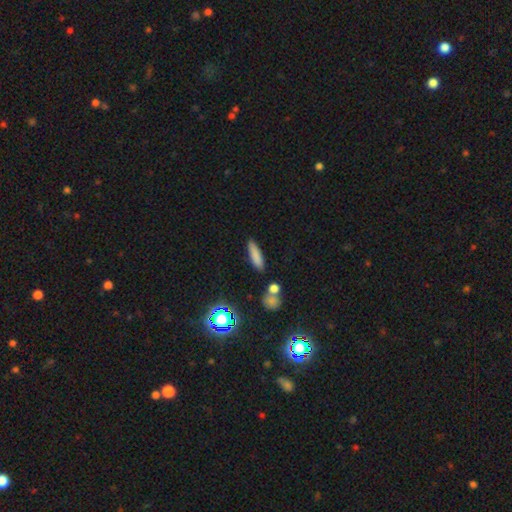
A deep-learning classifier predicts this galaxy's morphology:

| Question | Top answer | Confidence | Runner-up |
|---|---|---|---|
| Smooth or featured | smooth | 79% | star or artifact (11%) |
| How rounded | cigar-shaped | 71% | in between (27%) |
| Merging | none | 81% | minor disturbance (11%) |